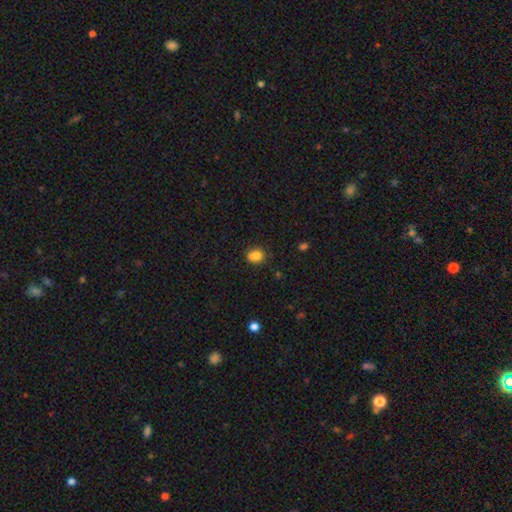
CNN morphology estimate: Smooth or featured?
  - smooth: 82% *
  - star or artifact: 11%
  - featured or disk: 7%
How rounded?
  - round: 55% *
  - in between: 44%
  - cigar-shaped: 1%
Merging?
  - none: 73% *
  - minor disturbance: 18%
  - merger: 5%
  - major disturbance: 4%